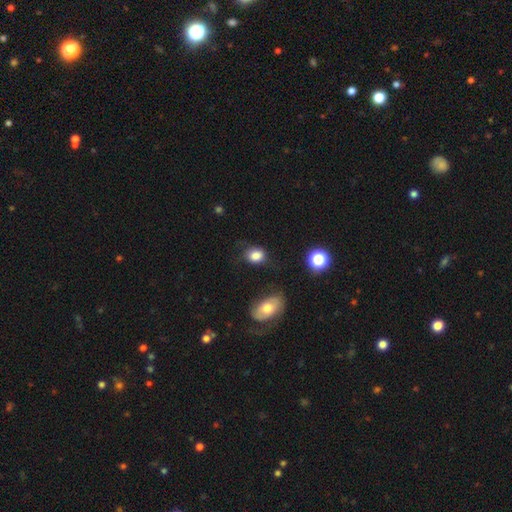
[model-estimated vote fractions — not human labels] This is clearly a smooth galaxy (82%). How rounded: possibly in between (59%). Merging: likely none (62%).